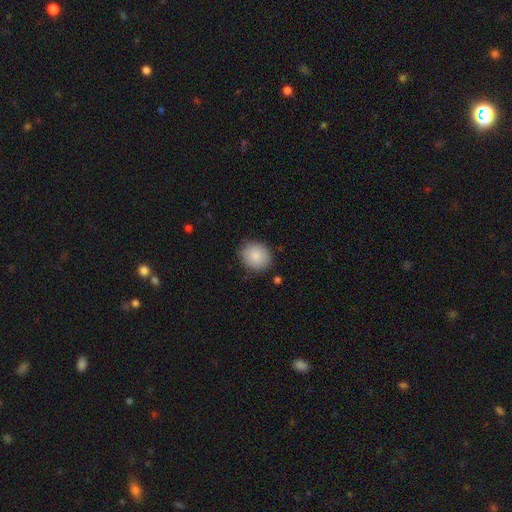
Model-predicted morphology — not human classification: smooth_or_featured: smooth (p=0.87) [alt: star or artifact p=0.07]
how_rounded: round (p=0.77) [alt: in between p=0.22]
merging: none (p=0.85) [alt: minor disturbance p=0.11]